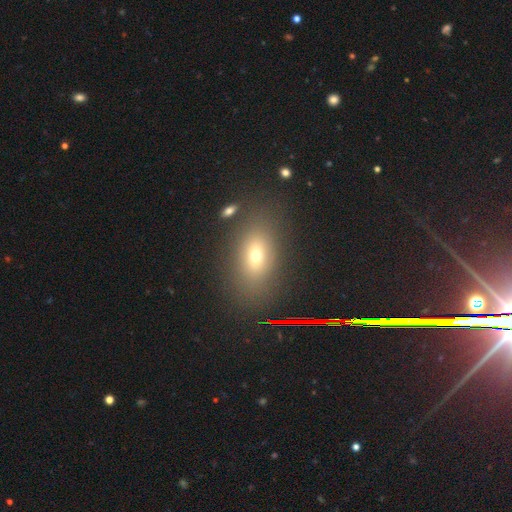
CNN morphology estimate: smooth-or-featured: smooth: 61% | star or artifact: 21% | featured or disk: 18%
  how-rounded: in between: 75% | round: 16% | cigar-shaped: 8%
  merging: none: 81% | minor disturbance: 10% | major disturbance: 5% | merger: 3%